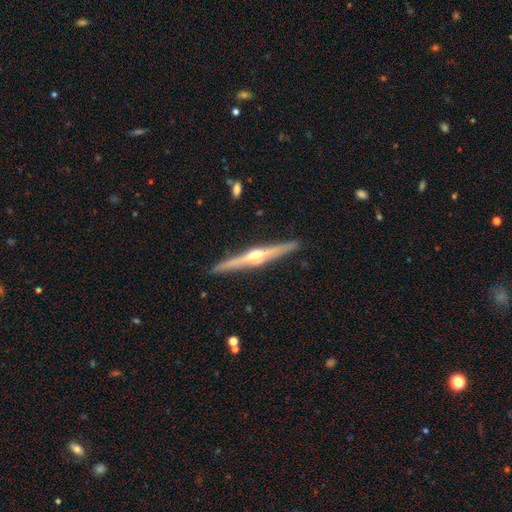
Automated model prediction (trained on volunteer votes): This is clearly a featured or disk galaxy (81%). It is clearly viewed edge-on (98%). Edge-on bulge: clearly rounded (90%). Merging: clearly none (91%).